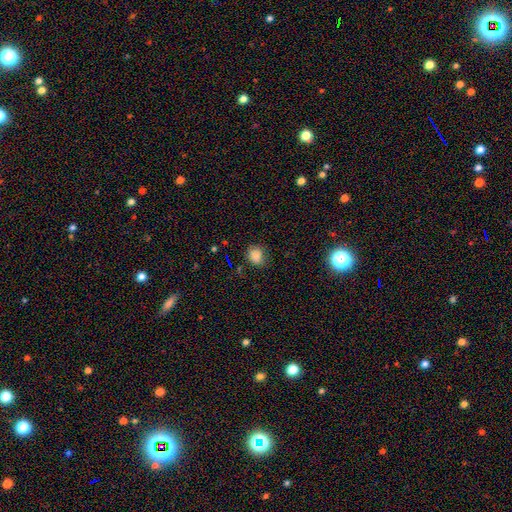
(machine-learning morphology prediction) smooth_or_featured: smooth (p=0.83) [alt: star or artifact p=0.13]
how_rounded: round (p=0.61) [alt: in between p=0.38]
merging: none (p=0.74) [alt: minor disturbance p=0.19]